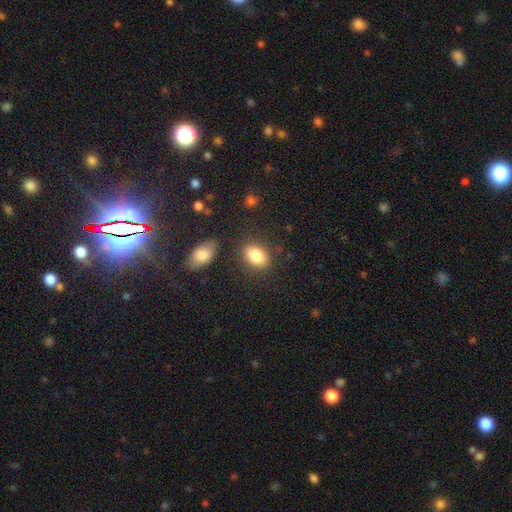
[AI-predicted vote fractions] Smooth or featured: smooth — 84% (star or artifact — 8%)
How rounded: in between — 79% (round — 20%)
Merging: none — 81% (minor disturbance — 11%)